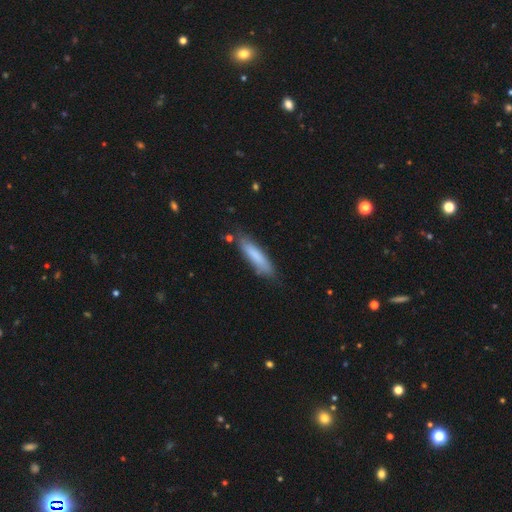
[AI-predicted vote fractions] The model was most divided on "how rounded": cigar-shaped: 78%, in between: 21%, round: 1%. More confident: smooth or featured — smooth (79%); merging — none (78%).